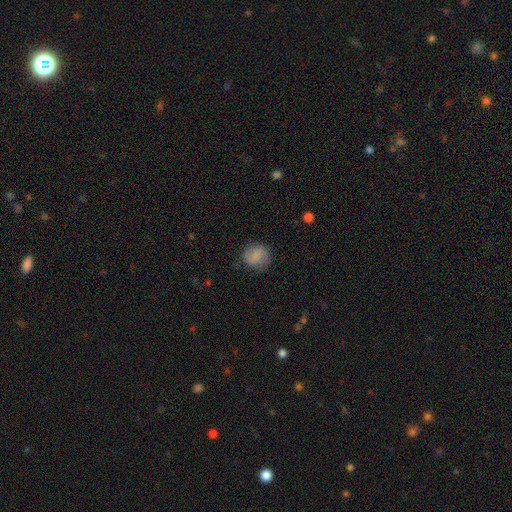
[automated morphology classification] smooth 74%, featured or disk 17%, star or artifact 9%. Down the decision tree: how rounded — round (78%); merging — none (79%).